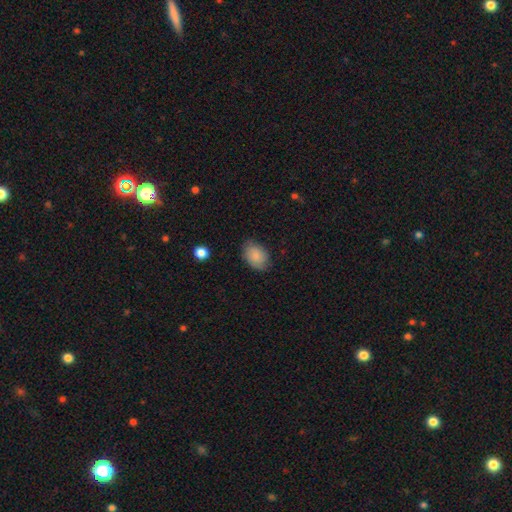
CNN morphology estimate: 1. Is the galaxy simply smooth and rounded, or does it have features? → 87% smooth, 7% star or artifact, 6% featured or disk.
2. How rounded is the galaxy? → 83% in between, 16% round, 1% cigar-shaped.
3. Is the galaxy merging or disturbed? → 80% none, 16% minor disturbance, 3% major disturbance, 1% merger.